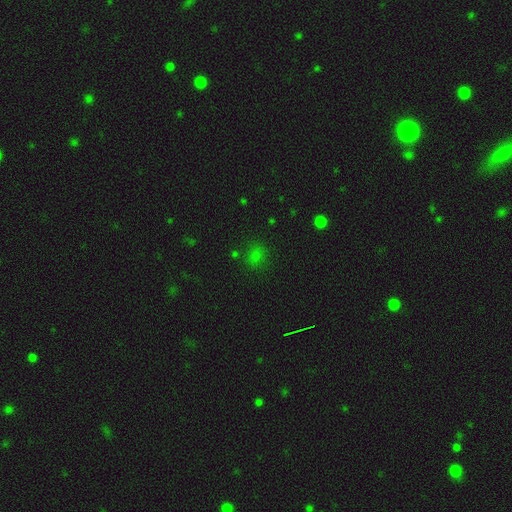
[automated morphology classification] This is likely a smooth galaxy (66%). How rounded: likely round (62%). Merging: likely none (74%).